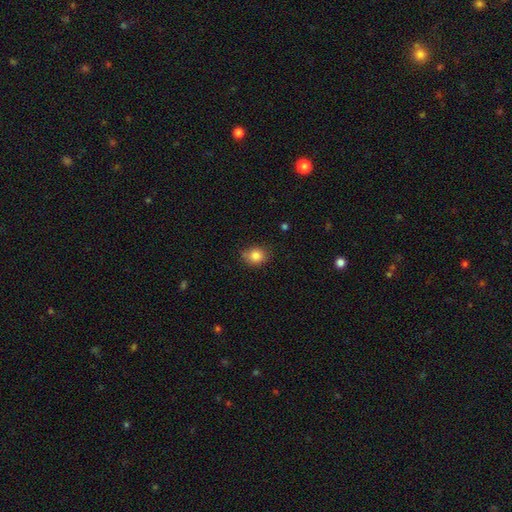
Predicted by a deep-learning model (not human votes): This is clearly a smooth galaxy (84%). How rounded: likely round (69%). Merging: likely none (76%).